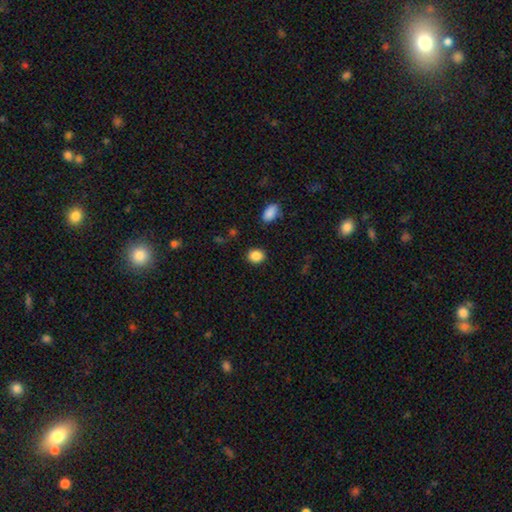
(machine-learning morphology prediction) This appears to be a smooth galaxy with no disk features (87%) that is round (59%). Merging: none (88%).